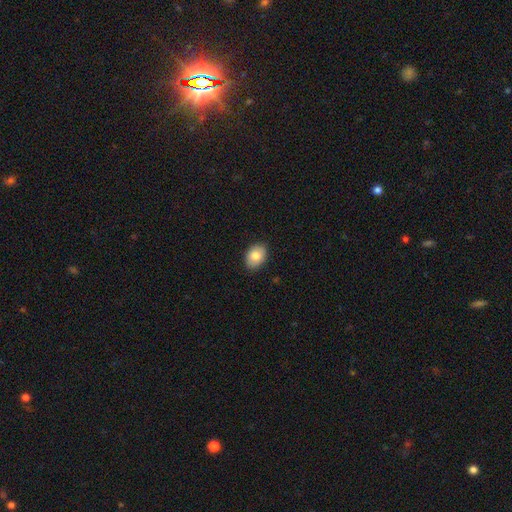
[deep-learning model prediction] Morphology: type=smooth (82%); roundness=in between (77%); merging=none (88%).